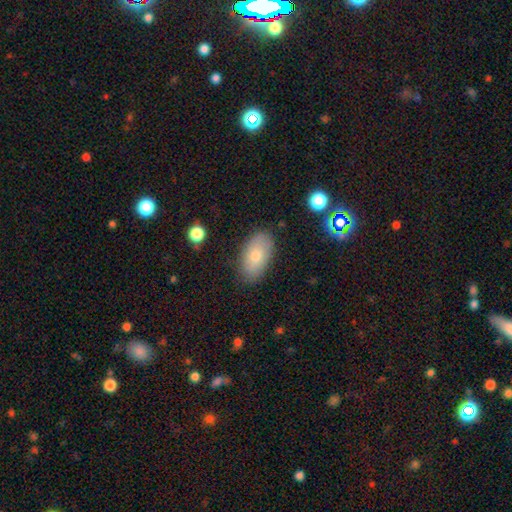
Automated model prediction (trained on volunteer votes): Smooth or featured? smooth (73%)
How rounded? in between (93%)
Merging? none (84%)